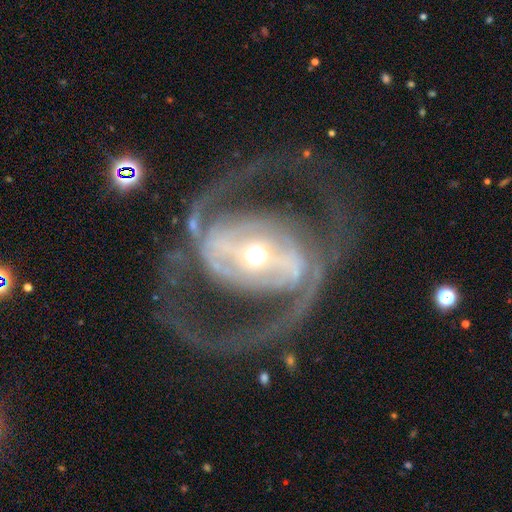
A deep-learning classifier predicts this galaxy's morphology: This is clearly a featured or disk galaxy (89%). It is clearly not viewed edge-on (96%). Bar: possibly strong (56%). Spiral arm pattern: clearly yes (86%). Spiral arm count: clearly 2 (88%). Spiral winding: possibly medium (54%). Central bulge: possibly moderate (59%). Merging: likely none (69%).